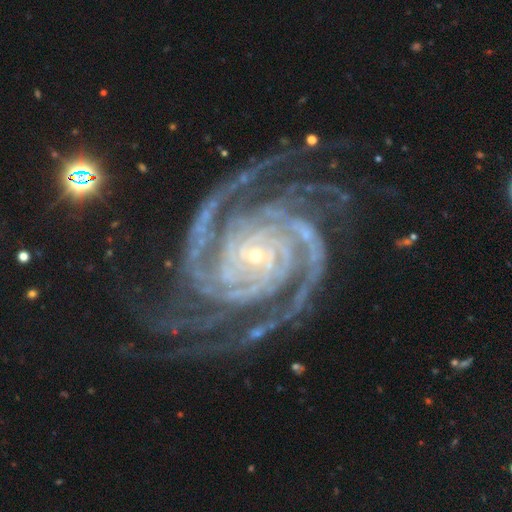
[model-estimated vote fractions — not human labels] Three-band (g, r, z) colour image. It shows a featured or disk galaxy (94%) with no bar (61%), 2 (25%) tight (75%) spiral arms (99%) and a small central bulge (83%). Merging: none (71%).